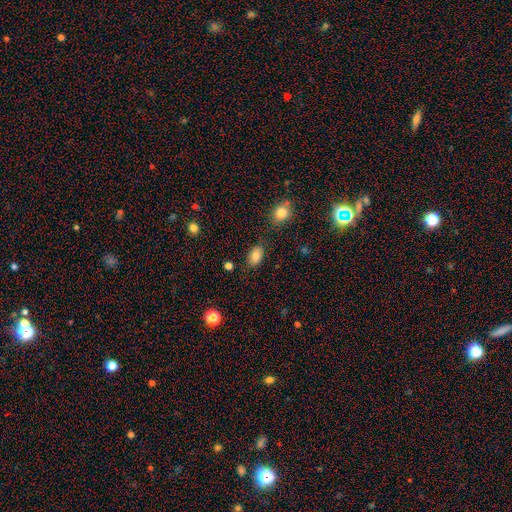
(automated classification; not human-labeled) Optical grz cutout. It shows a smooth galaxy with no disk features (82%) that is in between round and cigar-shaped (88%). Merging: none (81%).